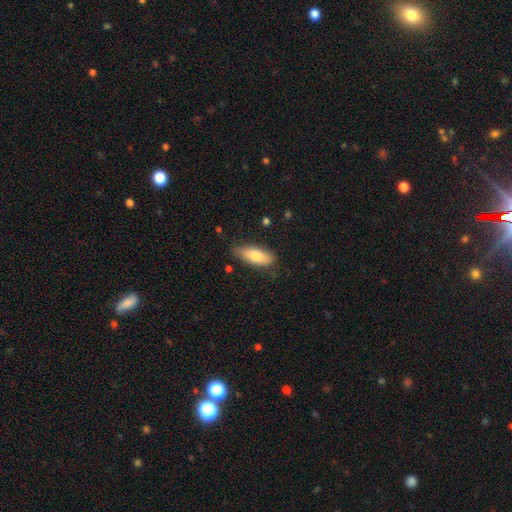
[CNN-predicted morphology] Smooth or featured? smooth (80%)
How rounded? in between (72%)
Merging? none (76%)